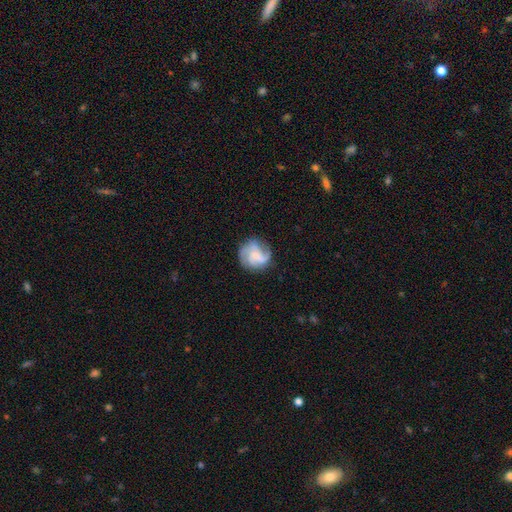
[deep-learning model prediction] The model was most divided on "bulge size": small: 38%, none: 33%, moderate: 22%, large: 5%, dominant: 2%. Remaining: edge-on disk — no (98%); spiral arms — yes (95%); merging — none (74%); smooth or featured — featured or disk (73%); bar — no (53%); spiral arm count — 3 (49%); spiral winding — medium (46%).